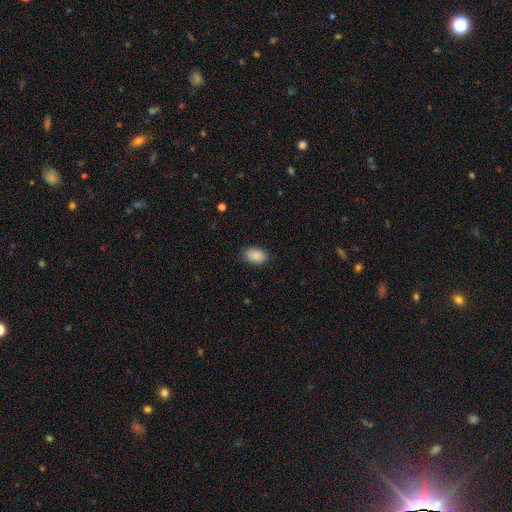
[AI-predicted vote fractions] This is clearly a smooth galaxy (88%). How rounded: clearly in between (89%). Merging: clearly none (86%).